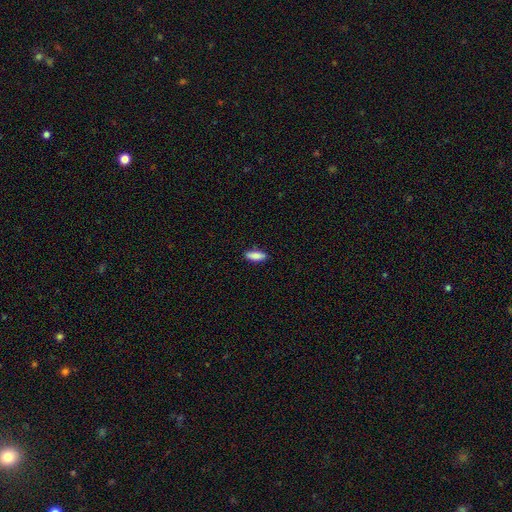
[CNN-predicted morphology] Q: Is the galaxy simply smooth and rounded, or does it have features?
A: smooth — 88%.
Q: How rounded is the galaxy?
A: in between — 68%.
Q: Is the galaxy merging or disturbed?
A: none — 87%.